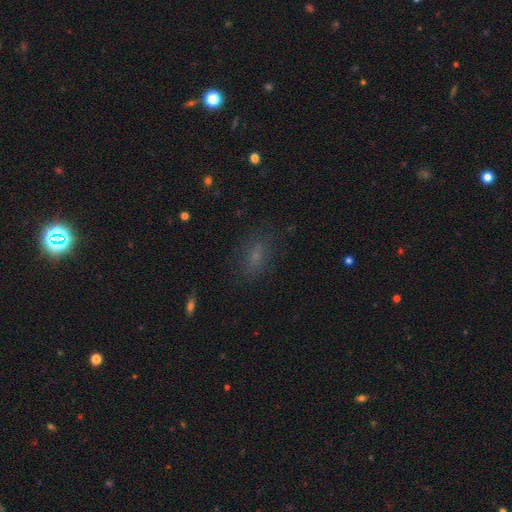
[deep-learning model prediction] Overall: smooth (61%; star or artifact 25%). How rounded: in between (74%). Merging: none (77%).